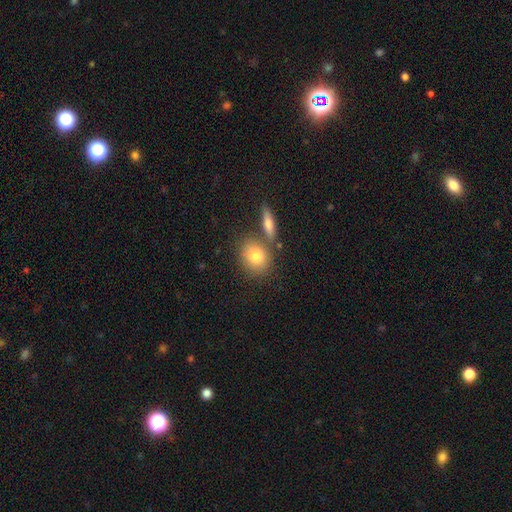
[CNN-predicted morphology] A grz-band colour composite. It shows a smooth galaxy with no disk features (78%) that is round (60%). Merging: none (66%).